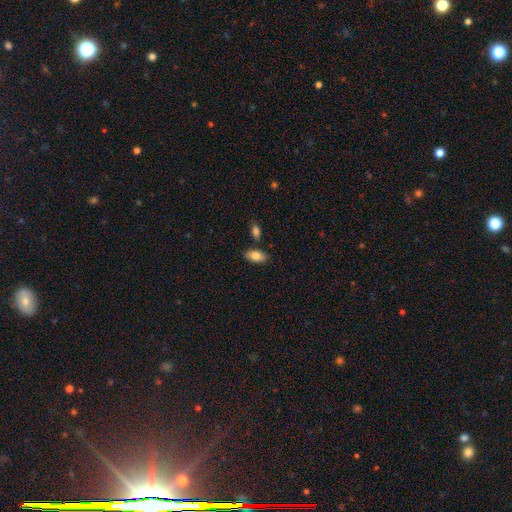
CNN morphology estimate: smooth_or_featured: smooth (p=0.82) [alt: featured or disk p=0.11]
how_rounded: in between (p=0.93) [alt: cigar-shaped p=0.04]
merging: none (p=0.82) [alt: minor disturbance p=0.10]